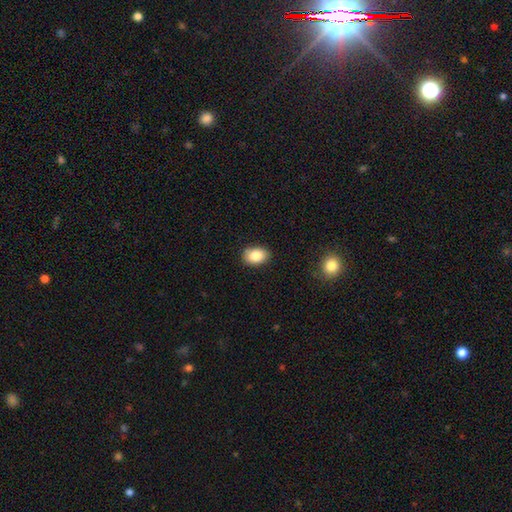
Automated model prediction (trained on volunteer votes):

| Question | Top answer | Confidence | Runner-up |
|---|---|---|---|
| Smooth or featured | smooth | 85% | star or artifact (8%) |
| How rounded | in between | 81% | round (18%) |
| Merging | none | 86% | minor disturbance (11%) |